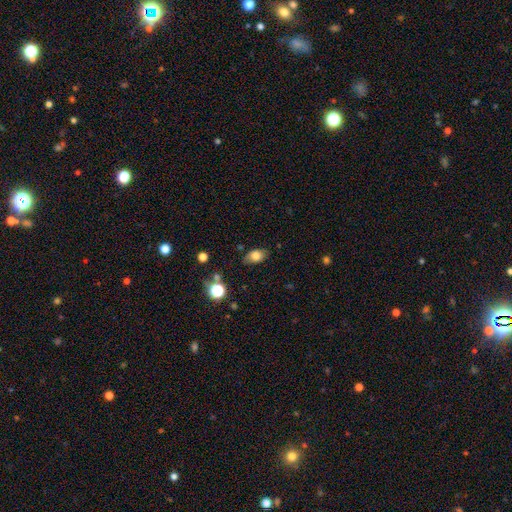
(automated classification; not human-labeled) This is likely a smooth galaxy (79%). How rounded: clearly in between (82%). Merging: likely none (78%).